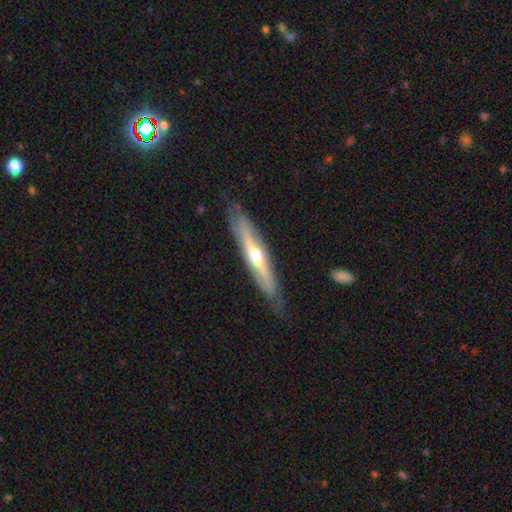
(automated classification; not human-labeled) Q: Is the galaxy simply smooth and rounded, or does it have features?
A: featured or disk — 68%.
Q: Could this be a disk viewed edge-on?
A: yes — 77%.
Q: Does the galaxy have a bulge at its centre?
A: rounded — 85%.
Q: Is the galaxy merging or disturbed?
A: none — 79%.